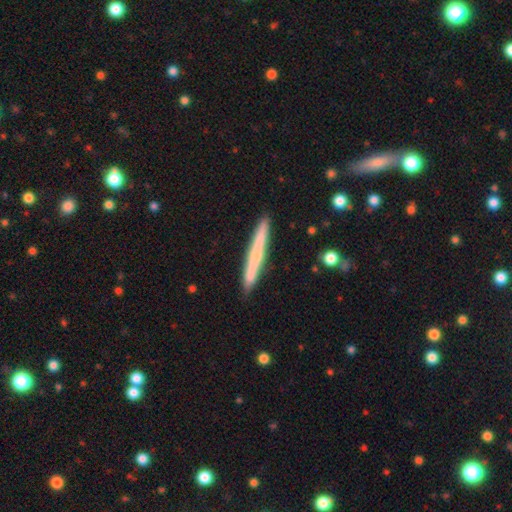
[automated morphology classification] smooth-or-featured: smooth: 53% | featured or disk: 41% | star or artifact: 6%
  how-rounded: cigar-shaped: 97% | in between: 2% | round: 1%
  merging: none: 91% | minor disturbance: 7% | merger: 1% | major disturbance: 1%